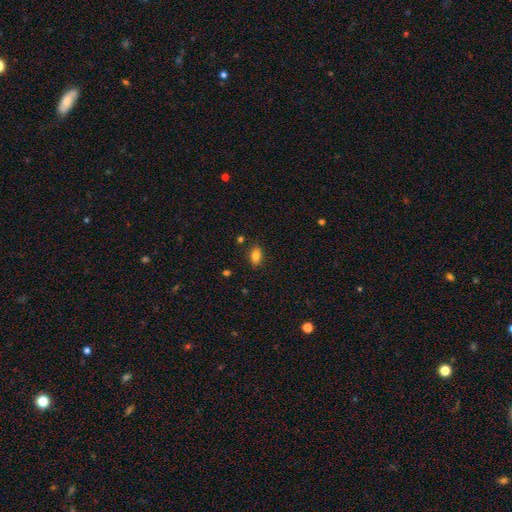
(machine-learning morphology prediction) A smooth galaxy with no disk features (83%) that is in between round and cigar-shaped (86%).

Vote fractions:
- Smooth or featured? smooth: 83% / star or artifact: 10% / featured or disk: 7%
- How rounded? in between: 86% / round: 11% / cigar-shaped: 3%
- Merging? none: 85% / minor disturbance: 10% / major disturbance: 2% / merger: 2%